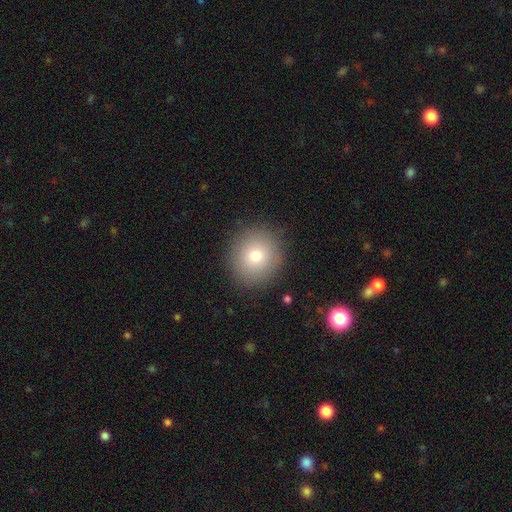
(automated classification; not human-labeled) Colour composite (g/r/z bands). It shows a smooth galaxy with no disk features (76%) that is round (90%). Merging: none (89%).